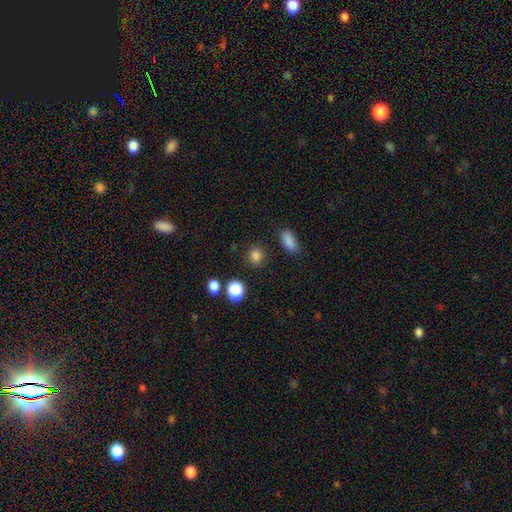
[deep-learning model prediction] The model was most divided on "how rounded": round: 80%, in between: 19%, cigar-shaped: 1%. More confident: merging — none (87%); smooth or featured — smooth (84%).